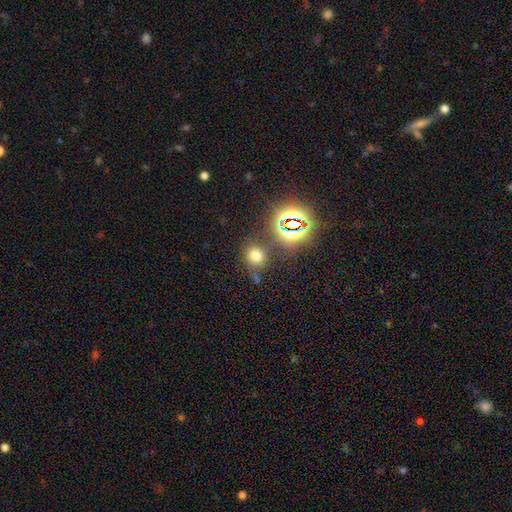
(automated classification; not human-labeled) smooth 65%, star or artifact 27%, featured or disk 8%. Down the decision tree: how rounded — round (76%); merging — none (72%).